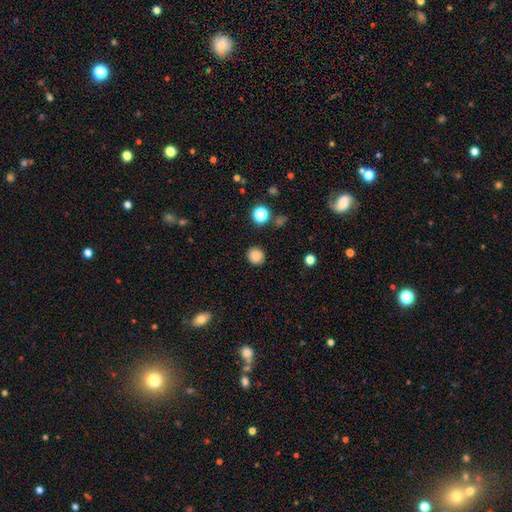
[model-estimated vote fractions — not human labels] Smooth or featured: smooth — 85% (star or artifact — 11%)
How rounded: round — 89% (in between — 10%)
Merging: none — 89% (minor disturbance — 7%)